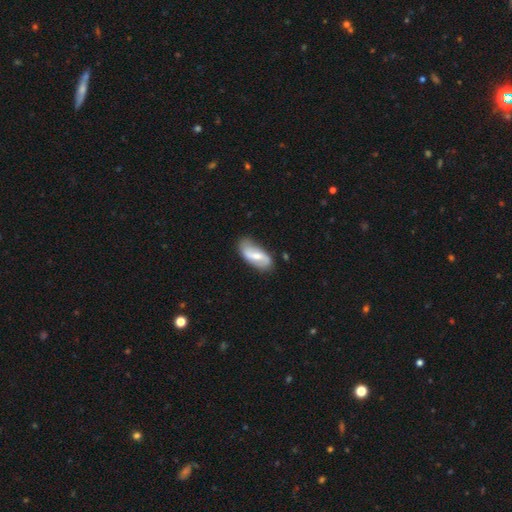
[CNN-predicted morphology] Smooth or featured?
  - featured or disk: 62% *
  - smooth: 32%
  - star or artifact: 6%
Edge-on disk?
  - no: 94% *
  - yes: 6%
Bar?
  - weak: 46% *
  - strong: 32%
  - no: 21%
Spiral arms?
  - yes: 84% *
  - no: 16%
Bulge size?
  - moderate: 50% *
  - small: 39%
  - large: 5%
  - none: 5%
  - dominant: 1%
Merging?
  - none: 75% *
  - minor disturbance: 18%
  - major disturbance: 5%
  - merger: 2%